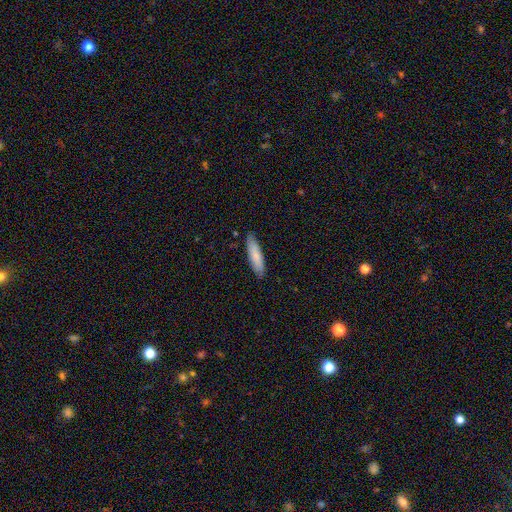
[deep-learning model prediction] smooth_or_featured: smooth (p=0.82) [alt: featured or disk p=0.13]
how_rounded: cigar-shaped (p=0.74) [alt: in between p=0.24]
merging: none (p=0.87) [alt: minor disturbance p=0.10]